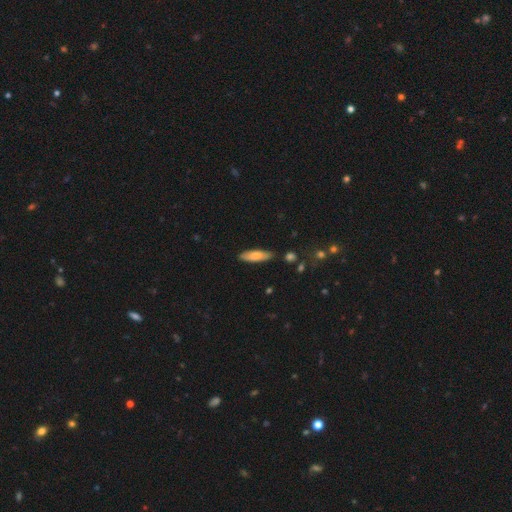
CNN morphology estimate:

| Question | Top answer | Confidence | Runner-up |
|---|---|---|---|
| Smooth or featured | smooth | 76% | featured or disk (19%) |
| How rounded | cigar-shaped | 55% | in between (43%) |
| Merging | none | 81% | minor disturbance (14%) |